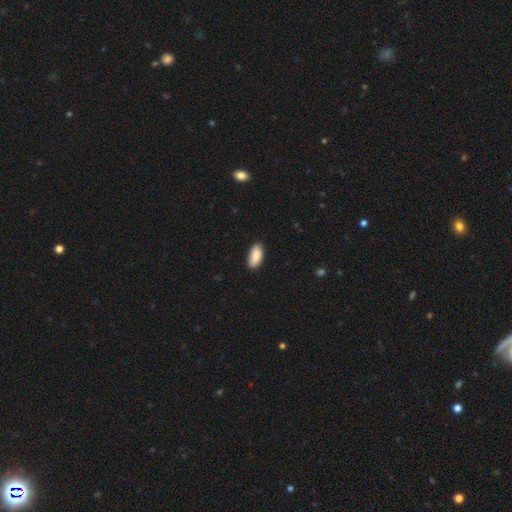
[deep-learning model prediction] A smooth galaxy with no disk features (88%) that is in between round and cigar-shaped (91%).

Vote fractions:
- Smooth or featured? smooth: 88% / featured or disk: 6% / star or artifact: 6%
- How rounded? in between: 91% / cigar-shaped: 7% / round: 2%
- Merging? none: 85% / minor disturbance: 12% / major disturbance: 2% / merger: 1%